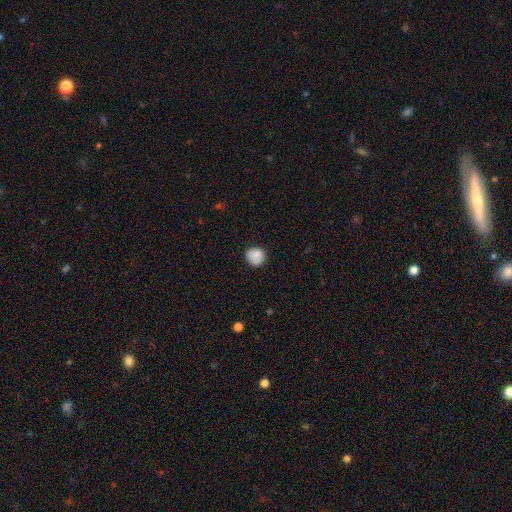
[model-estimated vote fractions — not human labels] Smooth or featured? Predicted: smooth (p=0.83). How rounded? Predicted: round (p=0.87). Merging? Predicted: none (p=0.77).